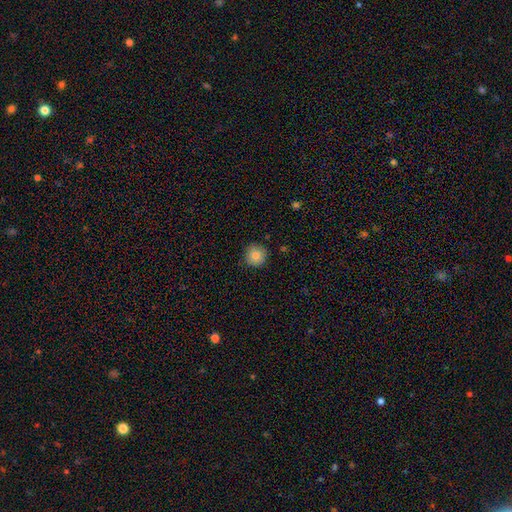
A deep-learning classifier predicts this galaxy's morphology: Q: Smooth or featured?
A: smooth (83%); runner-up: star or artifact (9%)
Q: How rounded?
A: round (94%); runner-up: in between (5%)
Q: Merging?
A: none (88%); runner-up: minor disturbance (9%)